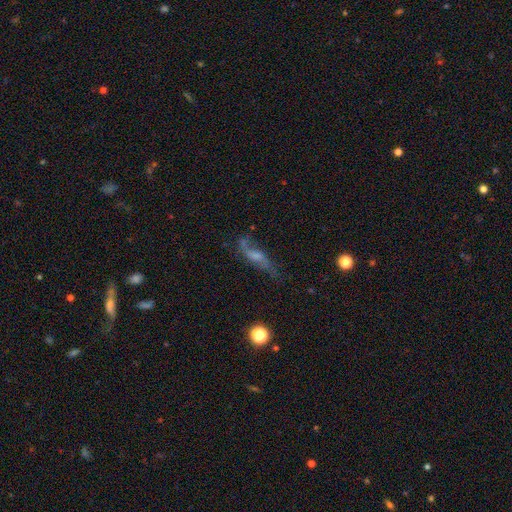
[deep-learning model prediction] The model was most divided on "merging": none: 57%, minor disturbance: 23%, major disturbance: 16%, merger: 5%. More confident: edge-on disk — no (73%); smooth or featured — featured or disk (64%).